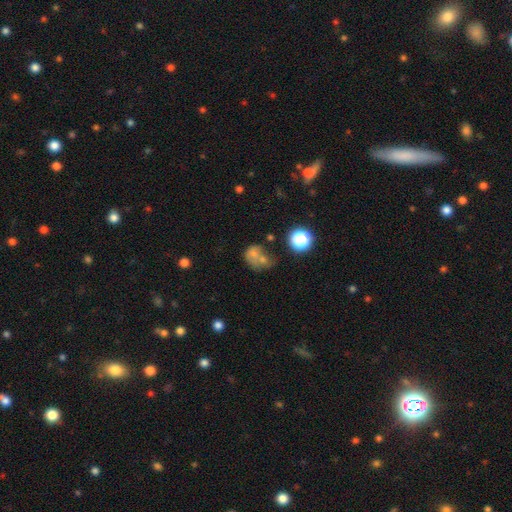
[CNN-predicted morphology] type=smooth (60%); roundness=round (53%); merging=merger (56%).